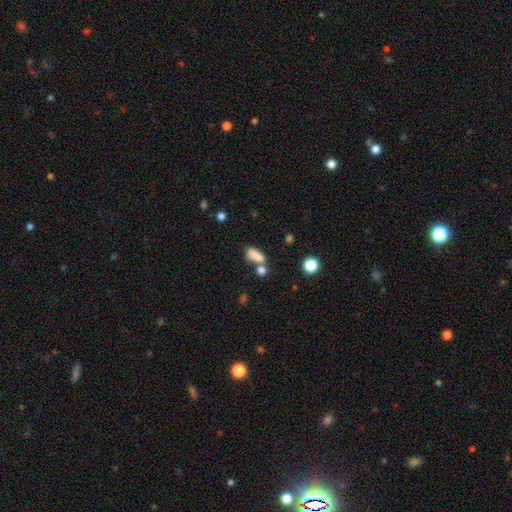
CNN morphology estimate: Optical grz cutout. It shows a smooth galaxy with no disk features (79%) that is in between round and cigar-shaped (69%). Merging: none (44%).